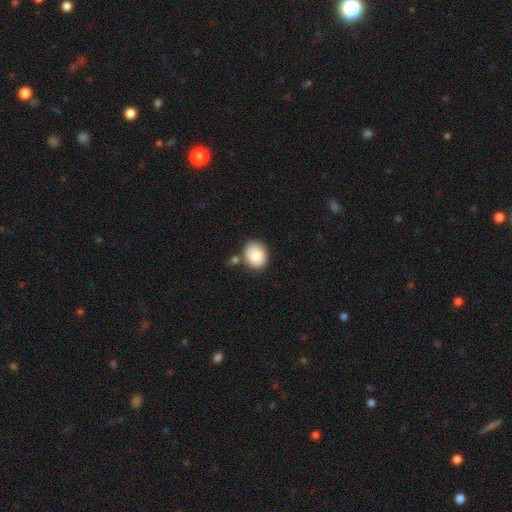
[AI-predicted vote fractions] The model was most divided on "how rounded": round: 60%, in between: 39%, cigar-shaped: 1%. More confident: smooth or featured — smooth (81%); merging — none (66%).